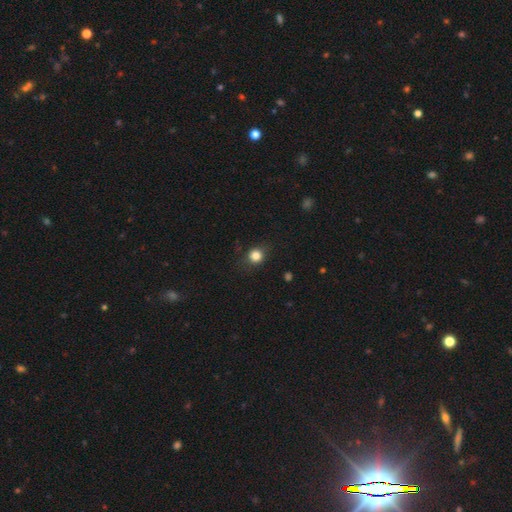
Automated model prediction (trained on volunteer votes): Smooth or featured?
  - smooth: 82% *
  - star or artifact: 12%
  - featured or disk: 5%
How rounded?
  - round: 83% *
  - in between: 16%
  - cigar-shaped: 1%
Merging?
  - none: 82% *
  - minor disturbance: 13%
  - major disturbance: 4%
  - merger: 1%